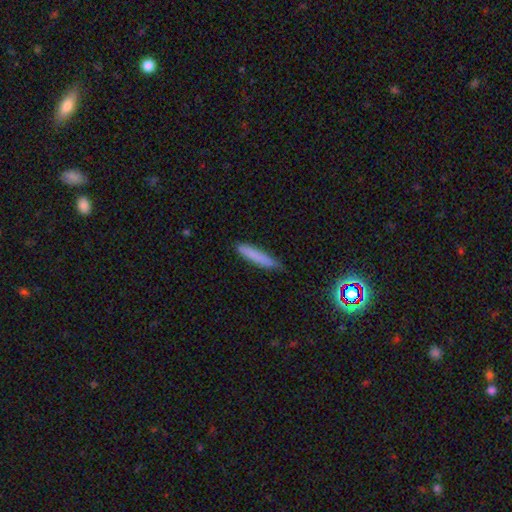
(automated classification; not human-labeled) Morphology: type=smooth (80%); roundness=cigar-shaped (91%); merging=none (79%).